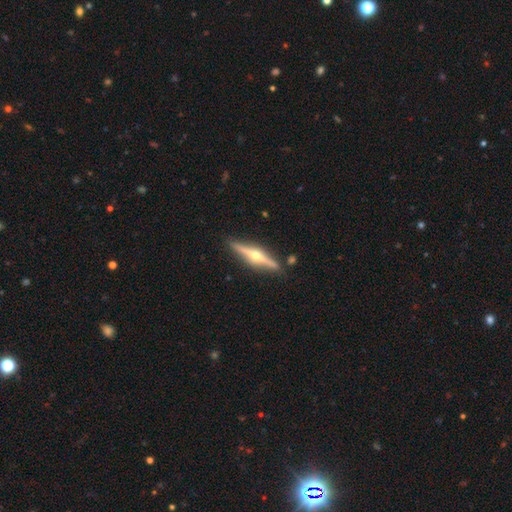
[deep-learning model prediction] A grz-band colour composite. It shows a featured or disk galaxy (81%) viewed edge-on (98%) with a rounded central bulge (96%). Merging: none (88%).